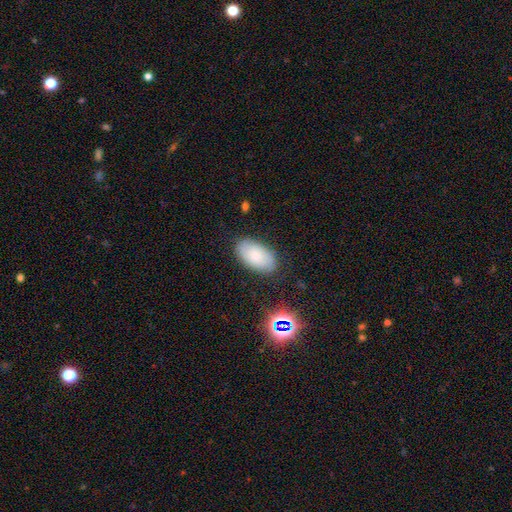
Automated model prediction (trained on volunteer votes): Smooth or featured?
  - smooth: 70% *
  - featured or disk: 20%
  - star or artifact: 10%
How rounded?
  - in between: 94% *
  - round: 4%
  - cigar-shaped: 2%
Merging?
  - none: 81% *
  - minor disturbance: 14%
  - major disturbance: 4%
  - merger: 2%